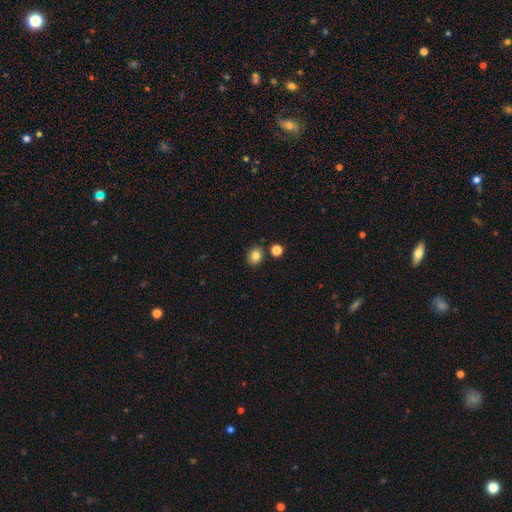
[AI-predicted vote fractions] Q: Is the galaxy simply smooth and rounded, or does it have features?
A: smooth — 83%.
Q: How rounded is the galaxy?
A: round — 66%.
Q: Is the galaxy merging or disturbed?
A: none — 82%.